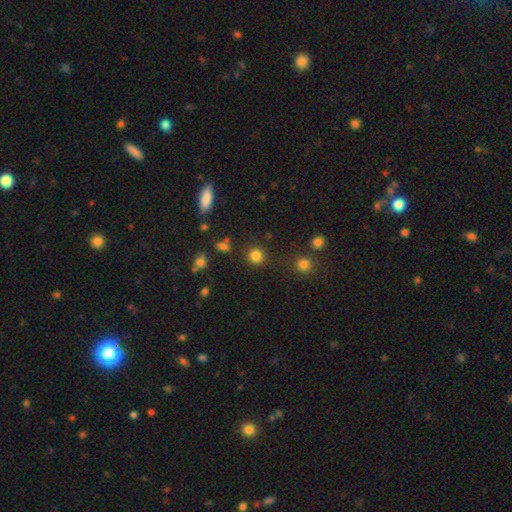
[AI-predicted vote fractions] Smooth or featured? smooth (82%)
How rounded? round (90%)
Merging? none (86%)